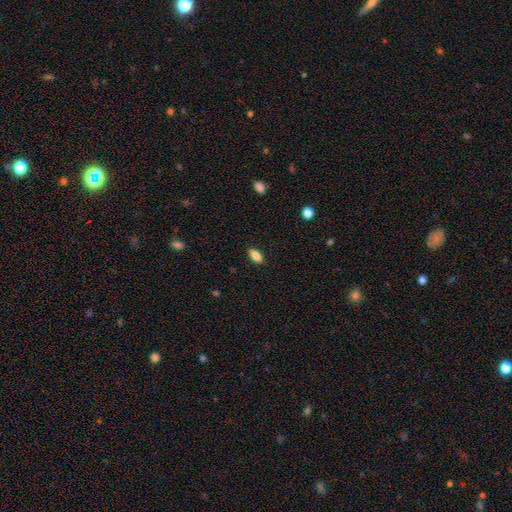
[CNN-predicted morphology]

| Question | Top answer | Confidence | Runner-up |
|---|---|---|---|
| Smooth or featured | smooth | 84% | star or artifact (8%) |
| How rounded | in between | 88% | cigar-shaped (9%) |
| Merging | none | 87% | minor disturbance (9%) |